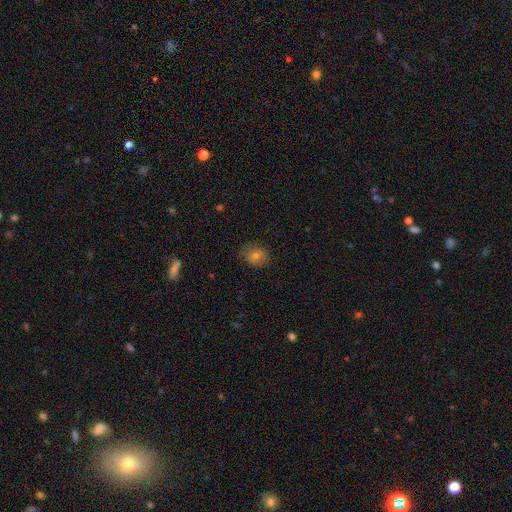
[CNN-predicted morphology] The model was most divided on "how rounded": round: 62%, in between: 37%, cigar-shaped: 1%. More confident: merging — none (79%); smooth or featured — smooth (62%).